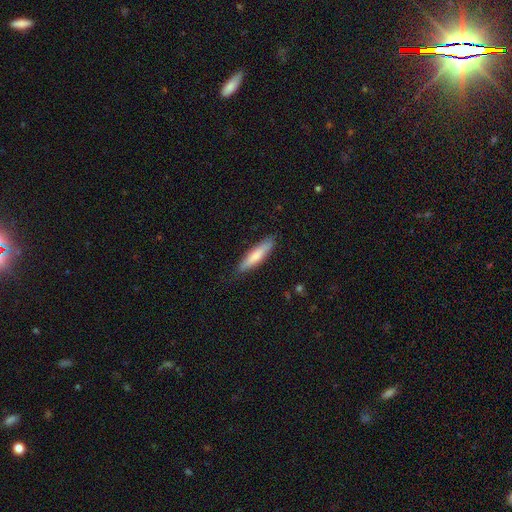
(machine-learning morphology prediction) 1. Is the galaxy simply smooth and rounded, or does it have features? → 75% smooth, 20% featured or disk, 5% star or artifact.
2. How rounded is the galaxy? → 81% cigar-shaped, 18% in between, 1% round.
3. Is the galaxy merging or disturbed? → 85% none, 12% minor disturbance, 2% major disturbance, 1% merger.